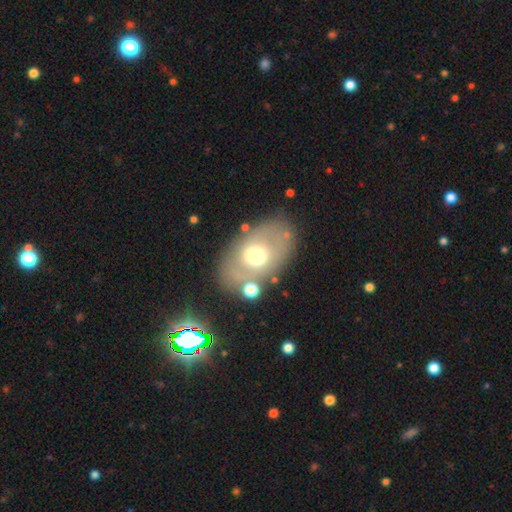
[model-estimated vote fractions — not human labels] smooth-or-featured: smooth: 50% | featured or disk: 40% | star or artifact: 9%
  how-rounded: in between: 83% | round: 15% | cigar-shaped: 1%
  merging: none: 74% | minor disturbance: 13% | major disturbance: 6% | merger: 6%